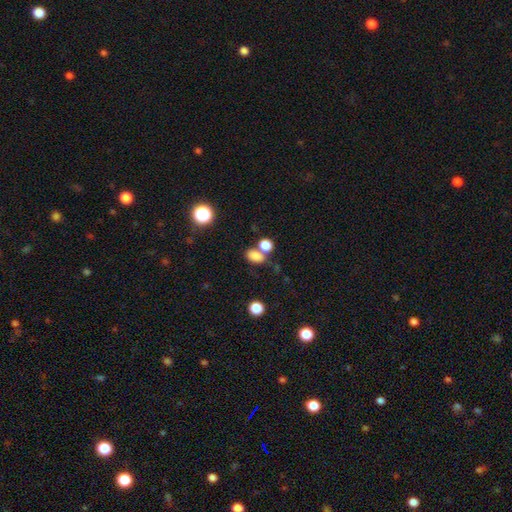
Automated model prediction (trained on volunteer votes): A smooth galaxy with no disk features (81%) that is in between round and cigar-shaped (79%). Merging: none (48%).